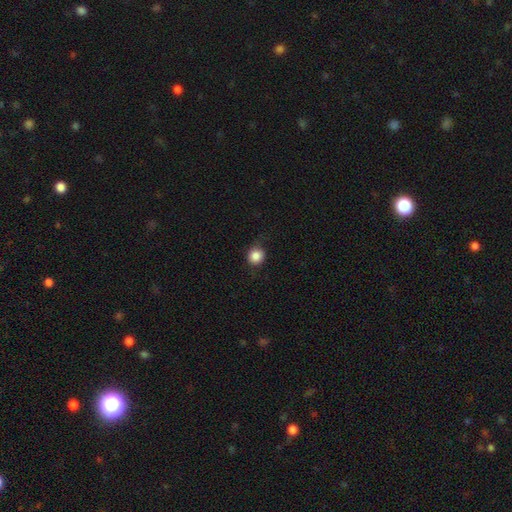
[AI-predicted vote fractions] Overall: smooth (85%). How rounded: round (87%). Merging: none (78%).